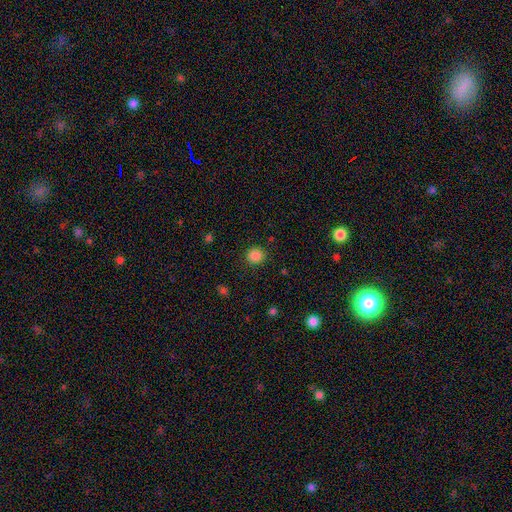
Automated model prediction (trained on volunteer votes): Smooth or featured?
  - smooth: 85% *
  - star or artifact: 11%
  - featured or disk: 4%
How rounded?
  - round: 87% *
  - in between: 12%
  - cigar-shaped: 1%
Merging?
  - none: 90% *
  - minor disturbance: 7%
  - major disturbance: 2%
  - merger: 1%